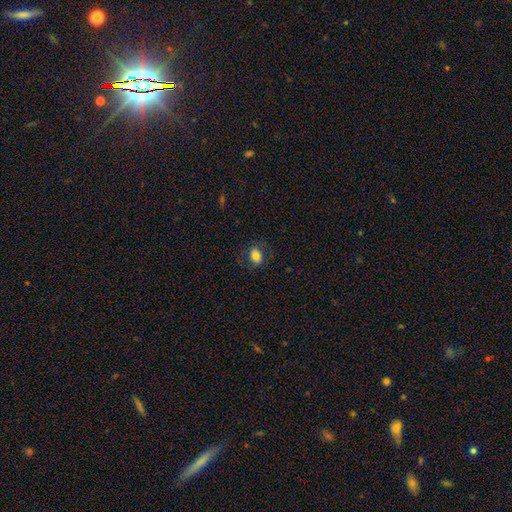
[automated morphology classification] A smooth galaxy with no disk features (77%) that is in between round and cigar-shaped (72%). Merging: none (78%).